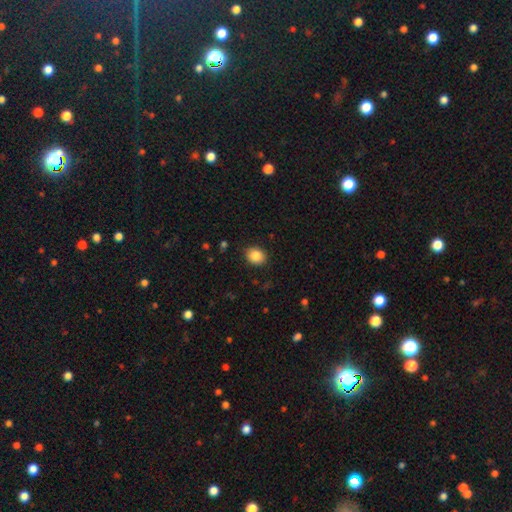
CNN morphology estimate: A smooth galaxy with no disk features (87%) that is round (59%). Merging: none (88%).